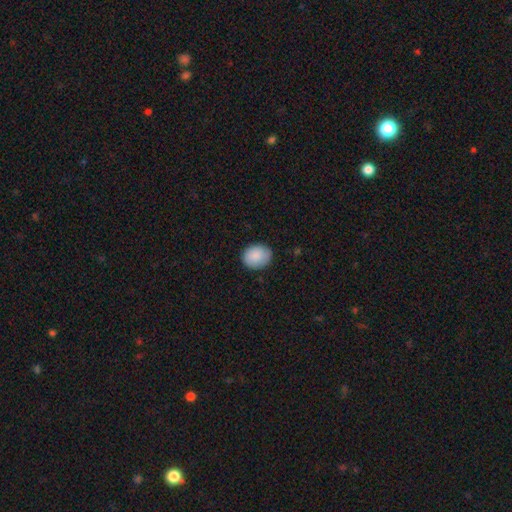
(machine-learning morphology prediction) Q: Smooth or featured?
A: smooth (88%); runner-up: star or artifact (7%)
Q: How rounded?
A: round (57%); runner-up: in between (42%)
Q: Merging?
A: none (84%); runner-up: minor disturbance (13%)